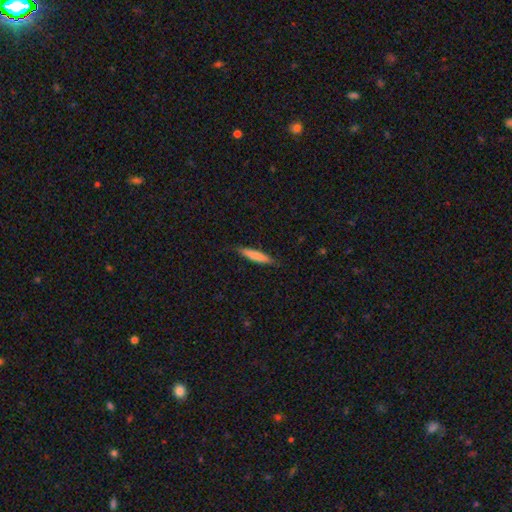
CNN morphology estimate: This appears to be a smooth galaxy with no disk features (75%) that is cigar-shaped (89%). Merging: none (86%).